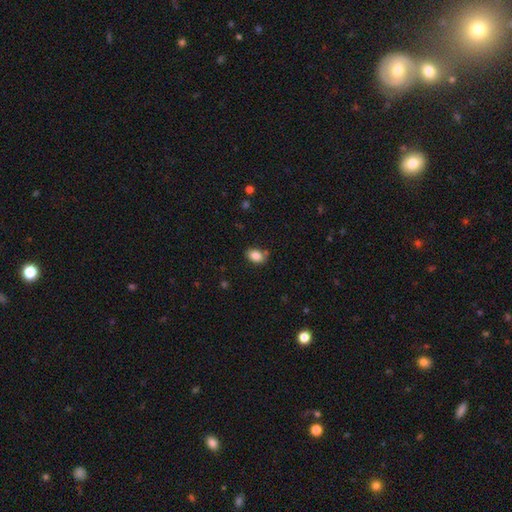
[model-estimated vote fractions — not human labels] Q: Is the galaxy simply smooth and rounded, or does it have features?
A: smooth — 85%.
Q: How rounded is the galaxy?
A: in between — 83%.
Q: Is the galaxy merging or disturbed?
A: none — 73%.